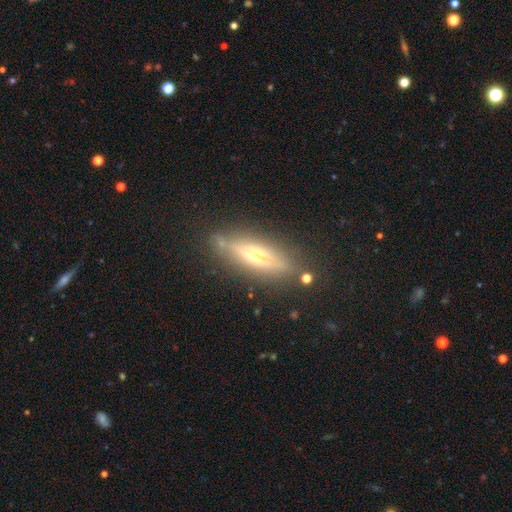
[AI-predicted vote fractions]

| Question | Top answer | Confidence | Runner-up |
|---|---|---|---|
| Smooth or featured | featured or disk | 63% | smooth (28%) |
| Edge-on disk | yes | 90% | no (10%) |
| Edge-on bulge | rounded | 79% | boxy (11%) |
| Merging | none | 81% | minor disturbance (13%) |